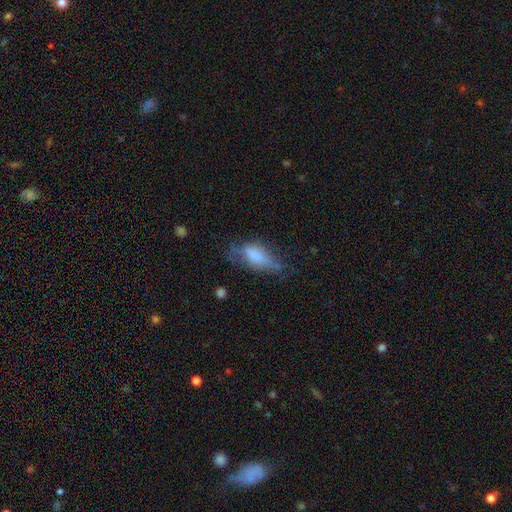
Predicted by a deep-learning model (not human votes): smooth 64%, featured or disk 26%, star or artifact 9%. Down the decision tree: how rounded — in between (78%); merging — none (37%).